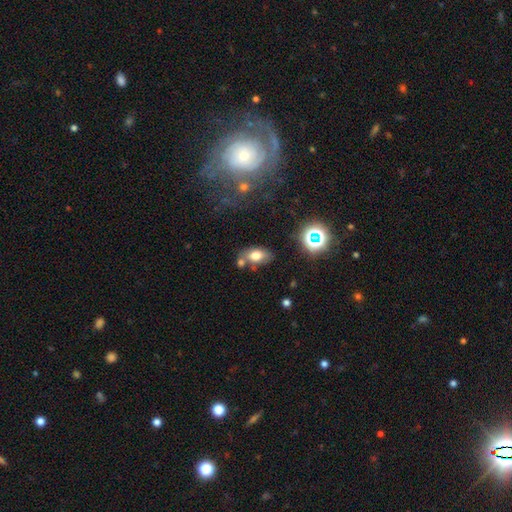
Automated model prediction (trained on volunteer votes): The model was most divided on "merging": none: 61%, merger: 18%, minor disturbance: 15%, major disturbance: 5%. More confident: how rounded — in between (86%); smooth or featured — smooth (71%).